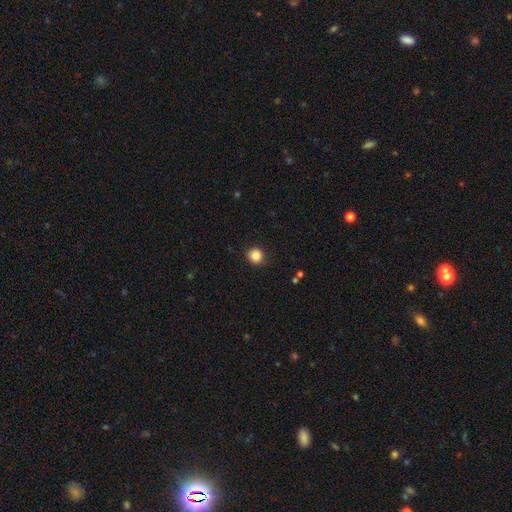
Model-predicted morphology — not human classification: Smooth or featured?
  - smooth: 86% *
  - star or artifact: 10%
  - featured or disk: 4%
How rounded?
  - round: 93% *
  - in between: 6%
  - cigar-shaped: 1%
Merging?
  - none: 92% *
  - minor disturbance: 5%
  - major disturbance: 2%
  - merger: 1%